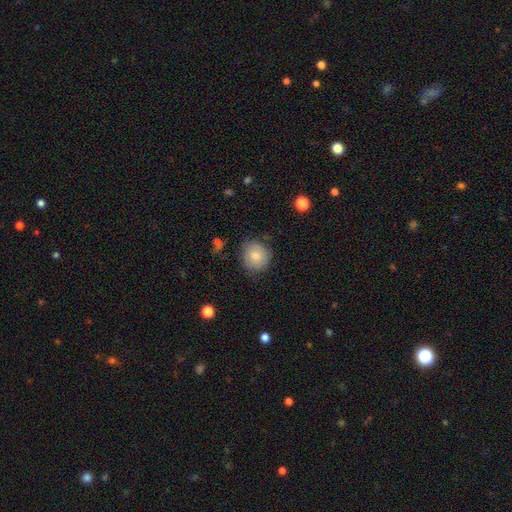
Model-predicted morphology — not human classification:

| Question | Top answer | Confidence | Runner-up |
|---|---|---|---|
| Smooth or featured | smooth | 77% | featured or disk (15%) |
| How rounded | round | 86% | in between (14%) |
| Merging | none | 75% | minor disturbance (19%) |